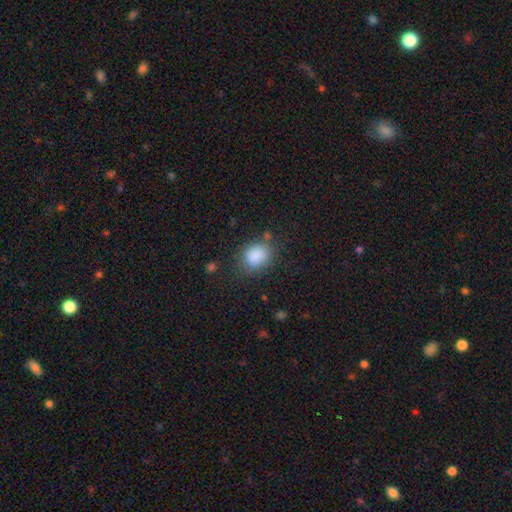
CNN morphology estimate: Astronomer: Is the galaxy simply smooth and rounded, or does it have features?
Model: smooth — 86%.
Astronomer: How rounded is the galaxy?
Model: in between — 52% (runner-up: round, 47%).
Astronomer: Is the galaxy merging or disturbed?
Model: none — 72%.